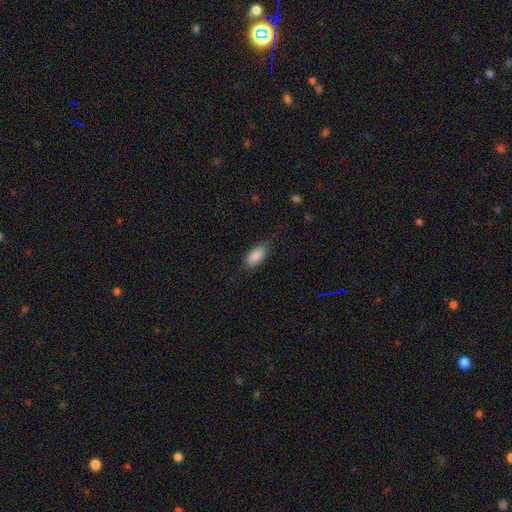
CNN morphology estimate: smooth-or-featured: smooth: 88% | star or artifact: 7% | featured or disk: 6%
  how-rounded: in between: 90% | cigar-shaped: 7% | round: 2%
  merging: none: 74% | minor disturbance: 20% | major disturbance: 5% | merger: 1%